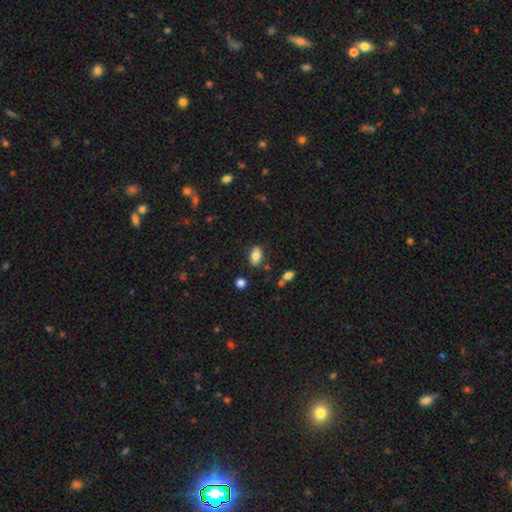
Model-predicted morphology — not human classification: Smooth or featured?
  - smooth: 80% *
  - featured or disk: 12%
  - star or artifact: 8%
How rounded?
  - in between: 88% *
  - round: 9%
  - cigar-shaped: 3%
Merging?
  - none: 79% *
  - minor disturbance: 14%
  - merger: 4%
  - major disturbance: 3%